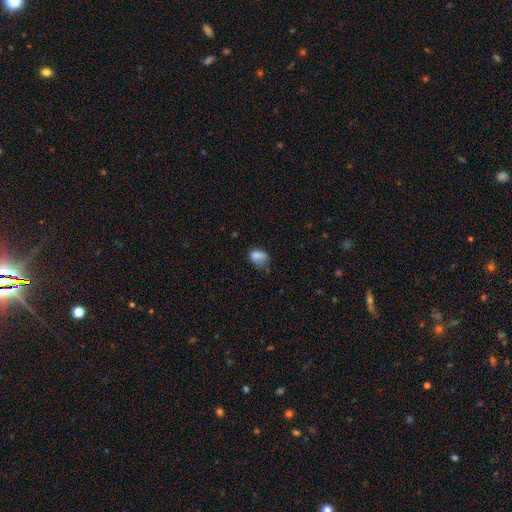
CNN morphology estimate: type=smooth (75%); roundness=in between (66%); merging=none (38%).